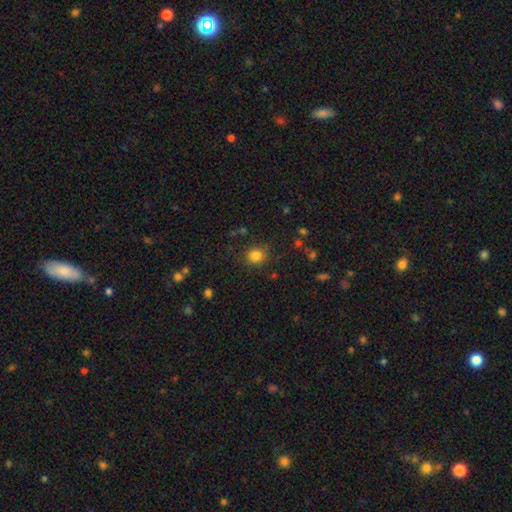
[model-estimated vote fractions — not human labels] Smooth or featured? Predicted: smooth (p=0.82). How rounded? Predicted: round (p=0.86). Merging? Predicted: none (p=0.86).